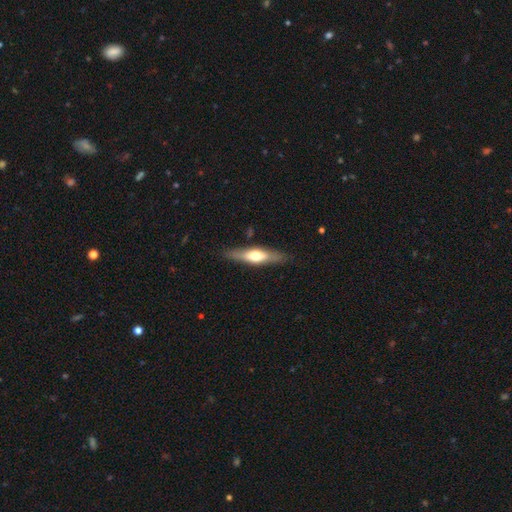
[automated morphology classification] A featured or disk galaxy (49%).

Vote fractions:
- Smooth or featured? featured or disk: 49% / smooth: 45% / star or artifact: 6%
- Merging? none: 86% / minor disturbance: 11% / major disturbance: 2% / merger: 1%